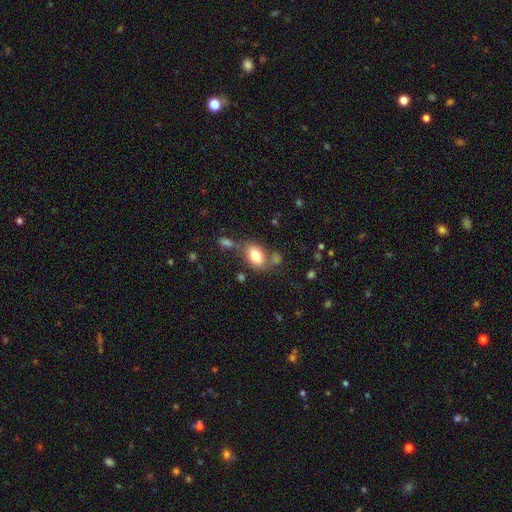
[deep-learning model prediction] Overall: smooth (79%). How rounded: in between (86%). Merging: none (60%).